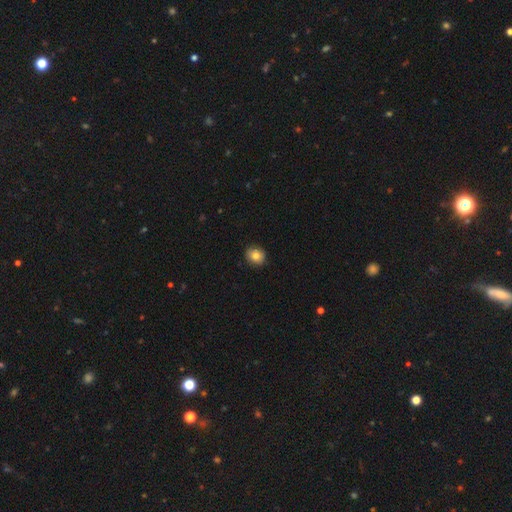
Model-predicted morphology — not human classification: A smooth galaxy with no disk features (81%) that is round (75%). Merging: none (89%).